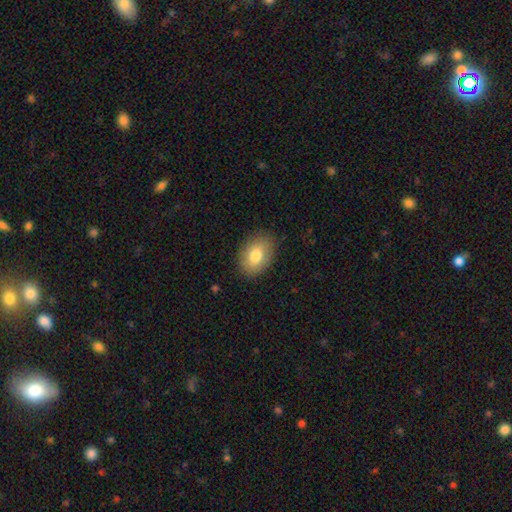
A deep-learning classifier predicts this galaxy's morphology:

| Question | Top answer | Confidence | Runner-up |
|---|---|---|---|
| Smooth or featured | smooth | 79% | featured or disk (13%) |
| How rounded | in between | 82% | round (17%) |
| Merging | none | 86% | minor disturbance (10%) |